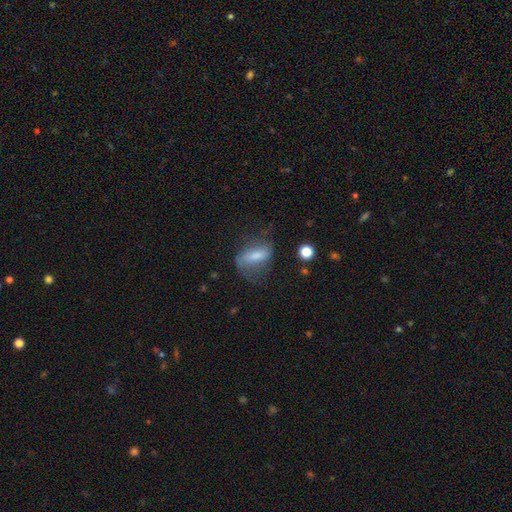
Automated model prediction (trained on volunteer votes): Smooth or featured?
  - smooth: 47% *
  - featured or disk: 42%
  - star or artifact: 11%
Merging?
  - none: 48% *
  - minor disturbance: 26%
  - major disturbance: 24%
  - merger: 2%